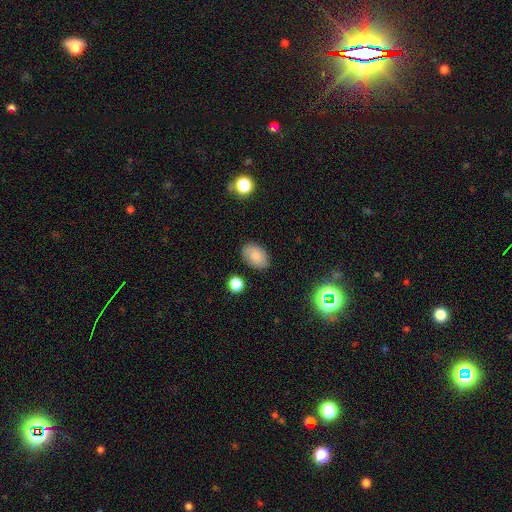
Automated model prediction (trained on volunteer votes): Overall: smooth (80%). How rounded: in between (89%). Merging: none (83%).